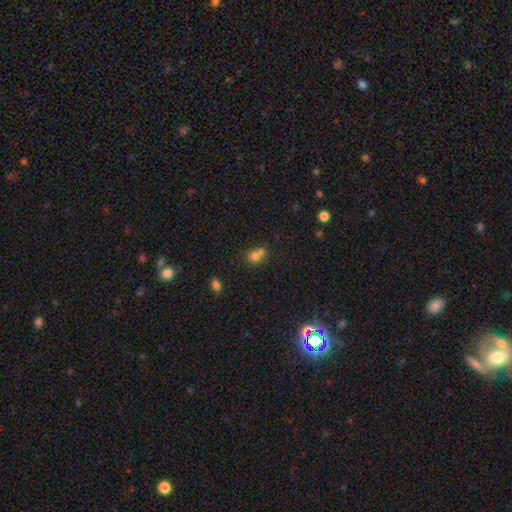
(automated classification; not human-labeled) This appears to be a smooth galaxy with no disk features (73%) that is round (71%). Merging: merger (48%).